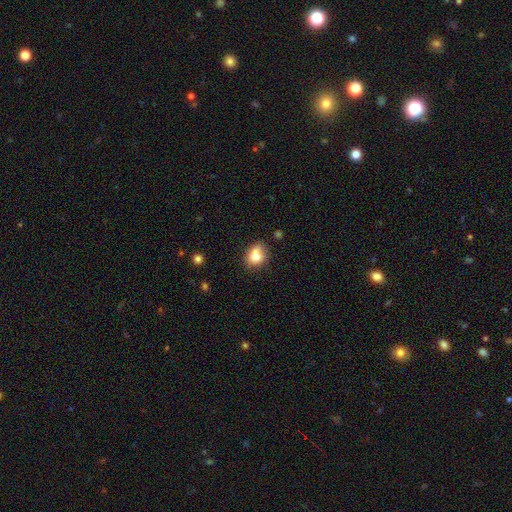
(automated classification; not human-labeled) smooth-or-featured: smooth: 72% | featured or disk: 18% | star or artifact: 10%
  how-rounded: in between: 54% | round: 45% | cigar-shaped: 2%
  merging: none: 38% | merger: 33% | minor disturbance: 20% | major disturbance: 9%